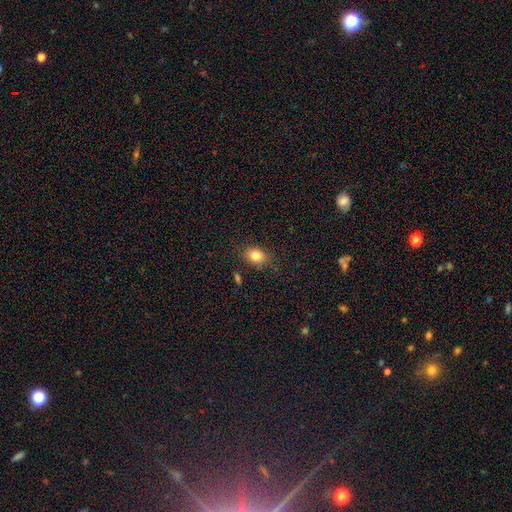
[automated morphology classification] smooth 81%, star or artifact 11%, featured or disk 8%. Down the decision tree: how rounded — in between (64%); merging — none (80%).